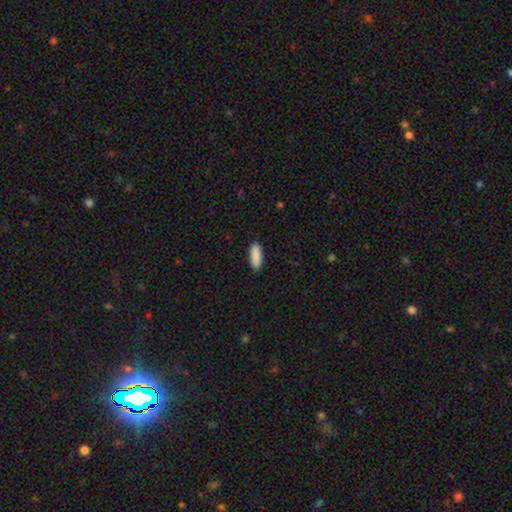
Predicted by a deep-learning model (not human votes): Smooth or featured? smooth (90%)
How rounded? in between (63%)
Merging? none (90%)